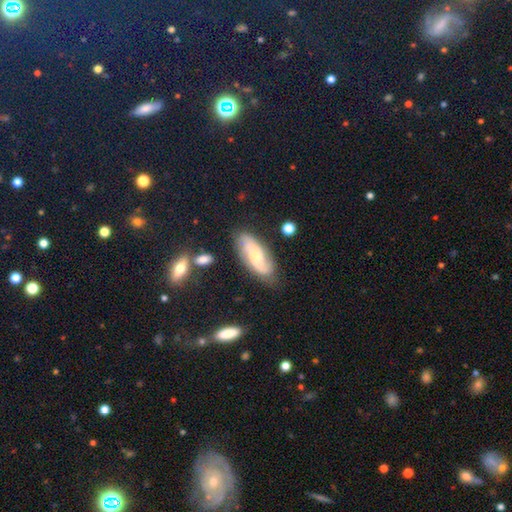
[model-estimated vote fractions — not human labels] Smooth or featured: featured or disk — 61% (smooth — 32%)
Edge-on disk: no — 89% (yes — 11%)
Bar: no — 57% (weak — 35%)
Spiral arms: yes — 91% (no — 9%)
Bulge size: moderate — 46% (small — 42%)
Merging: none — 74% (minor disturbance — 18%)